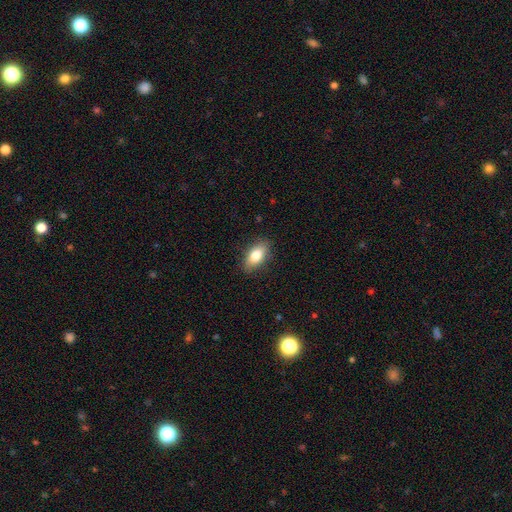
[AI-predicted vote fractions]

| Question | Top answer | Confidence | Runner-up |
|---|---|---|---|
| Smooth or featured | smooth | 79% | featured or disk (14%) |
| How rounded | in between | 86% | cigar-shaped (9%) |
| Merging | none | 87% | minor disturbance (10%) |